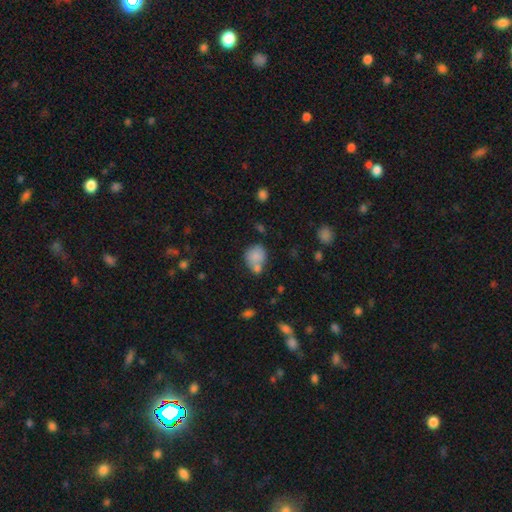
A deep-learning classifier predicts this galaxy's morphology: smooth 80%, featured or disk 10%, star or artifact 9%. Down the decision tree: how rounded — round (66%); merging — none (45%).